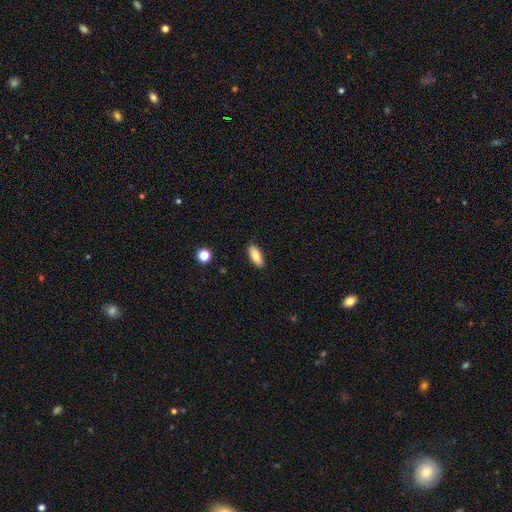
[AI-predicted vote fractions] A smooth galaxy with no disk features (80%) that is in between round and cigar-shaped (81%).

Vote fractions:
- Smooth or featured? smooth: 80% / featured or disk: 13% / star or artifact: 7%
- How rounded? in between: 81% / cigar-shaped: 16% / round: 2%
- Merging? none: 87% / minor disturbance: 10% / major disturbance: 2% / merger: 1%